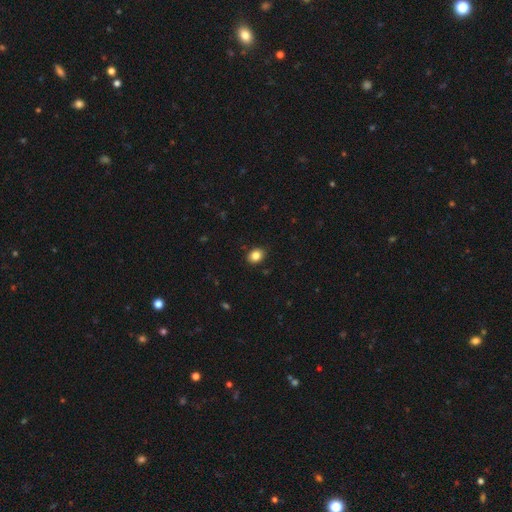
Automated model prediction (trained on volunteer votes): Smooth or featured? smooth (85%)
How rounded? in between (59%)
Merging? none (88%)